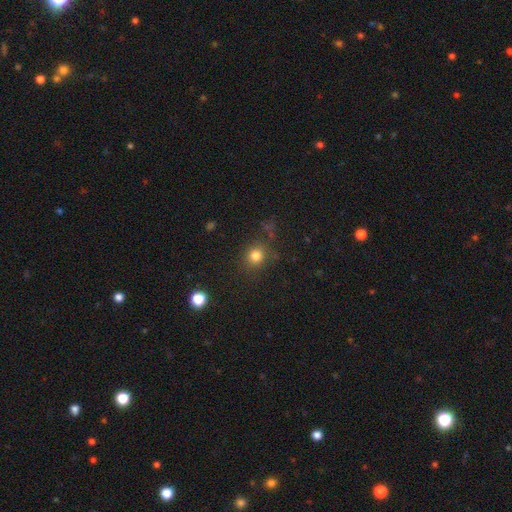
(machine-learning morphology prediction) Overall: smooth (80%). How rounded: round (86%). Merging: none (81%).